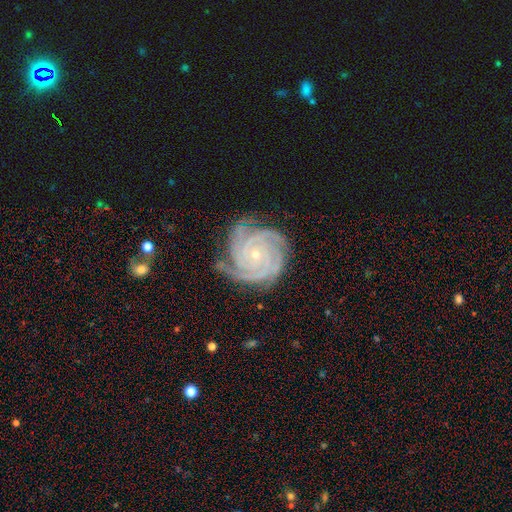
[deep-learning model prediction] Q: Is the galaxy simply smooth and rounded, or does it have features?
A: featured or disk — 92%.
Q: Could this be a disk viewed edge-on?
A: no — 98%.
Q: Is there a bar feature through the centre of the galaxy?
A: no — 75%.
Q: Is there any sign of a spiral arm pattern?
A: yes — 99%.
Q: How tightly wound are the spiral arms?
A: tight — 83%.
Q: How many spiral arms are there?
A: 4 — 43%.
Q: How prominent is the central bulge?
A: small — 82%.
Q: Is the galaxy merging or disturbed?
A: none — 76%.